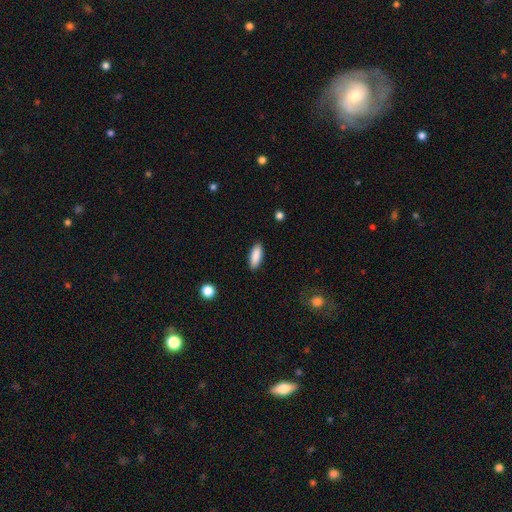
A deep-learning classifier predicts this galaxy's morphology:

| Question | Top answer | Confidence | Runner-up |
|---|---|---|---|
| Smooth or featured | smooth | 89% | star or artifact (6%) |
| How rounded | in between | 70% | cigar-shaped (28%) |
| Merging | none | 88% | minor disturbance (8%) |